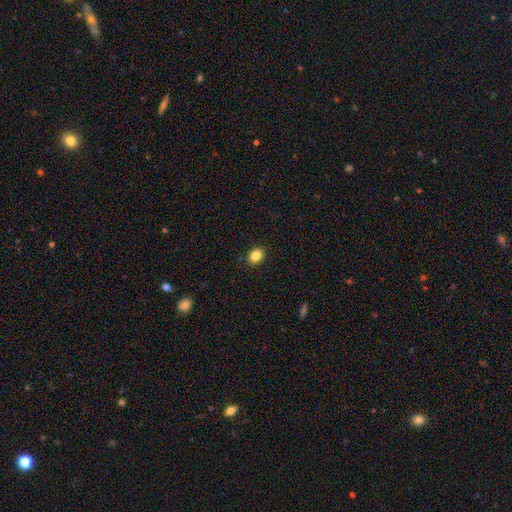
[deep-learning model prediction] This is clearly a smooth galaxy (85%). How rounded: possibly in between (50%). Merging: clearly none (91%).